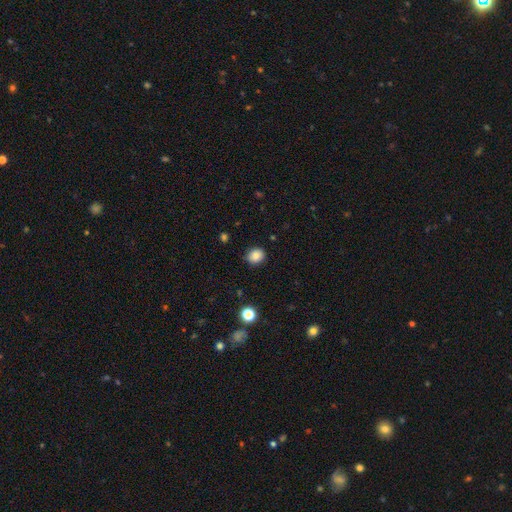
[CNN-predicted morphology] Smooth or featured?
  - smooth: 85% *
  - star or artifact: 10%
  - featured or disk: 4%
How rounded?
  - round: 68% *
  - in between: 31%
  - cigar-shaped: 1%
Merging?
  - none: 86% *
  - minor disturbance: 10%
  - major disturbance: 2%
  - merger: 1%